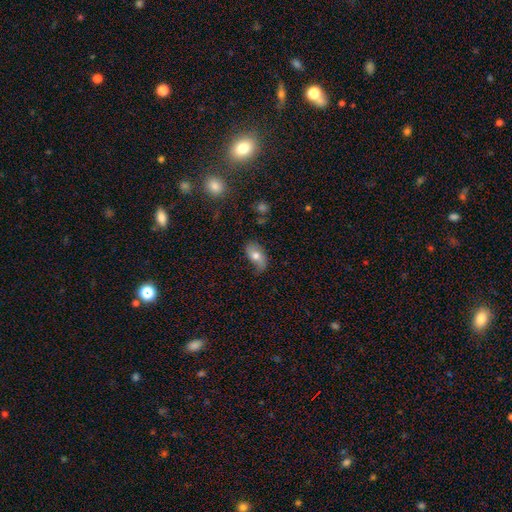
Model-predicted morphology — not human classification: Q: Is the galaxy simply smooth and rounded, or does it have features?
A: smooth — 64%.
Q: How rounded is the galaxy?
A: in between — 91%.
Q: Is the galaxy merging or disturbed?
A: none — 59%.